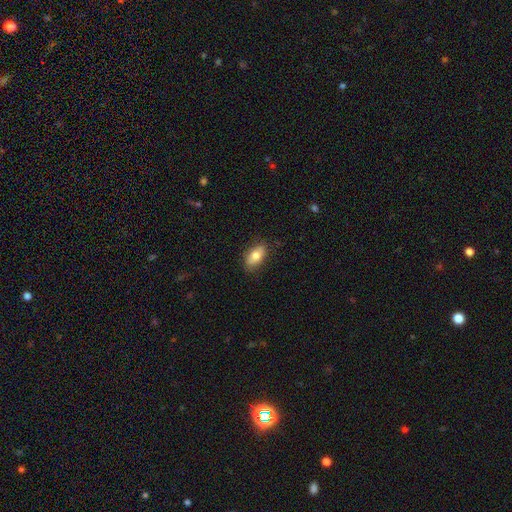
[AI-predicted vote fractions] Morphology: type=smooth (77%); roundness=in between (90%); merging=none (82%).